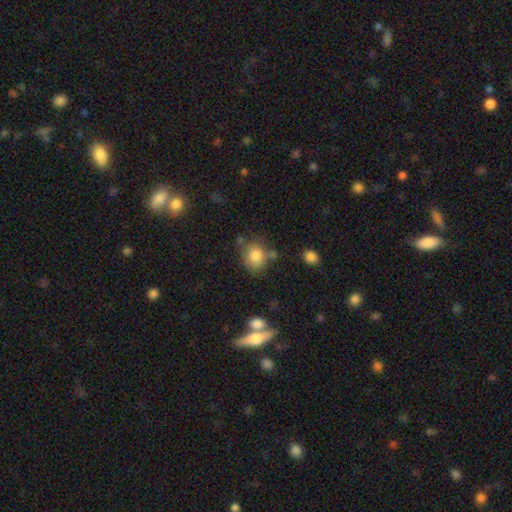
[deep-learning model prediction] smooth_or_featured: smooth (p=0.82) [alt: star or artifact p=0.10]
how_rounded: round (p=0.71) [alt: in between p=0.28]
merging: none (p=0.66) [alt: minor disturbance p=0.18]